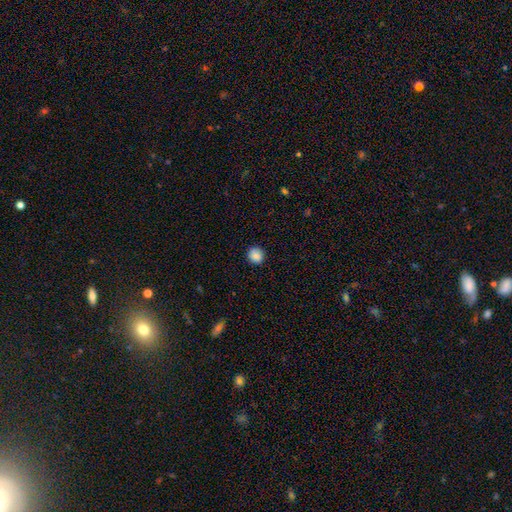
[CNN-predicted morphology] A smooth galaxy with no disk features (88%) that is round (87%).

Vote fractions:
- Smooth or featured? smooth: 88% / star or artifact: 9% / featured or disk: 3%
- How rounded? round: 87% / in between: 12% / cigar-shaped: 1%
- Merging? none: 90% / minor disturbance: 7% / major disturbance: 2% / merger: 1%